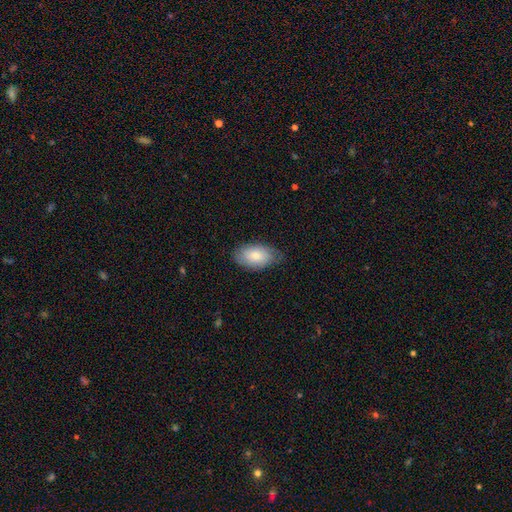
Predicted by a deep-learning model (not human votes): Smooth or featured? smooth (78%)
How rounded? in between (93%)
Merging? none (73%)